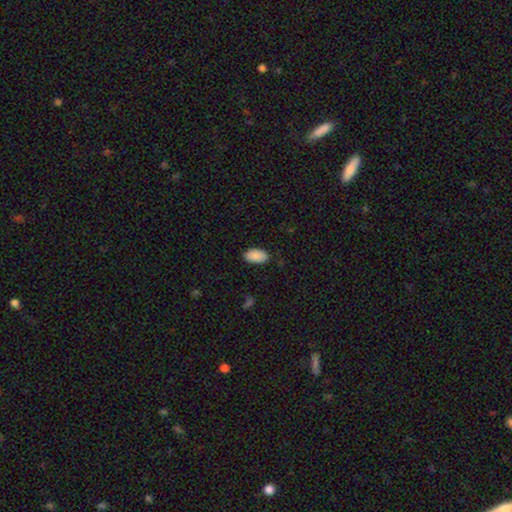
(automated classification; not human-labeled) smooth_or_featured: smooth (p=0.89) [alt: star or artifact p=0.07]
how_rounded: in between (p=0.95) [alt: round p=0.04]
merging: none (p=0.83) [alt: minor disturbance p=0.13]